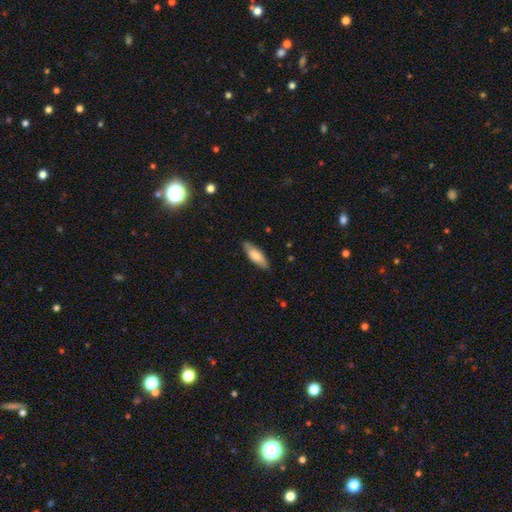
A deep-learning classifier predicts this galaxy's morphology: This appears to be a smooth galaxy with no disk features (74%) that is in between round and cigar-shaped (61%). Merging: none (82%).